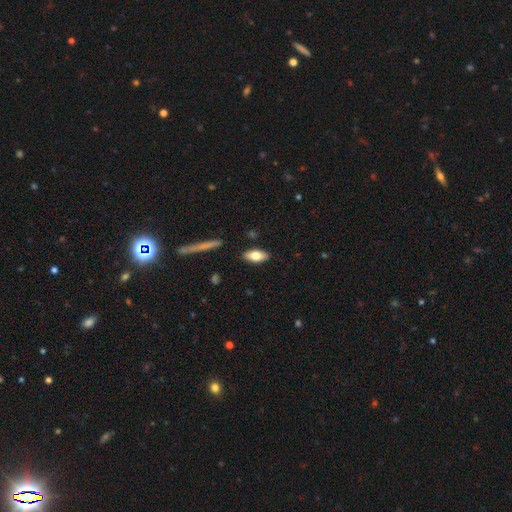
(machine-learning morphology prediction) Smooth or featured?
  - smooth: 74% *
  - featured or disk: 19%
  - star or artifact: 7%
How rounded?
  - in between: 85% *
  - cigar-shaped: 12%
  - round: 3%
Merging?
  - none: 87% *
  - minor disturbance: 9%
  - major disturbance: 2%
  - merger: 2%